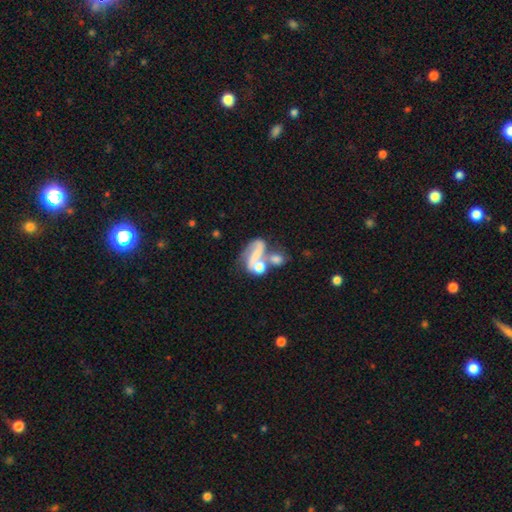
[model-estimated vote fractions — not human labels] Q: Smooth or featured?
A: featured or disk (53%); runner-up: smooth (34%)
Q: Edge-on disk?
A: no (95%); runner-up: yes (5%)
Q: Bar?
A: no (54%); runner-up: weak (24%)
Q: Spiral arms?
A: yes (60%); runner-up: no (40%)
Q: Bulge size?
A: none (42%); runner-up: small (24%)
Q: Merging?
A: merger (50%); runner-up: major disturbance (21%)